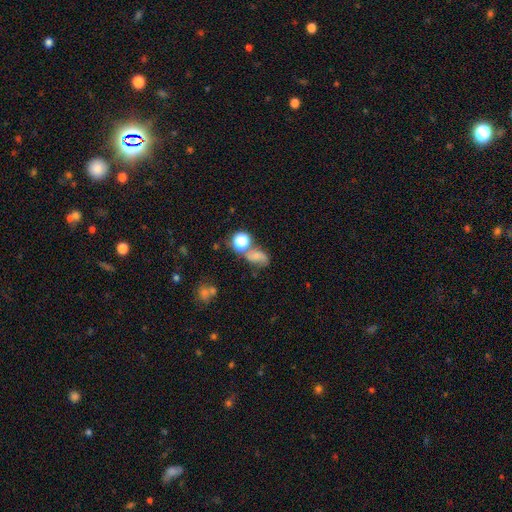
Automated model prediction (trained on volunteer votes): This is possibly a smooth galaxy (49%). Merging: marginally none (40%).